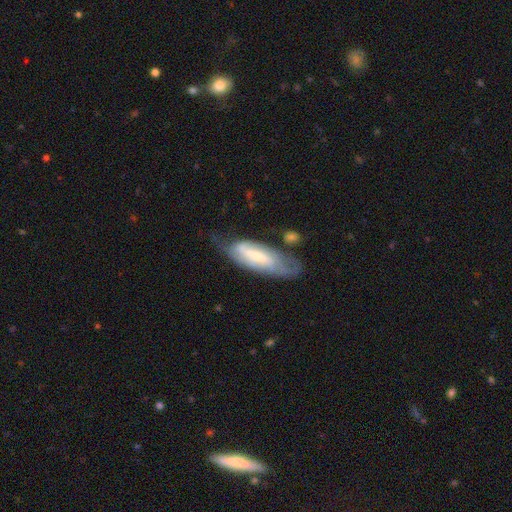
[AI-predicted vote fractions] A featured or disk galaxy (57%). Merging: none (45%).